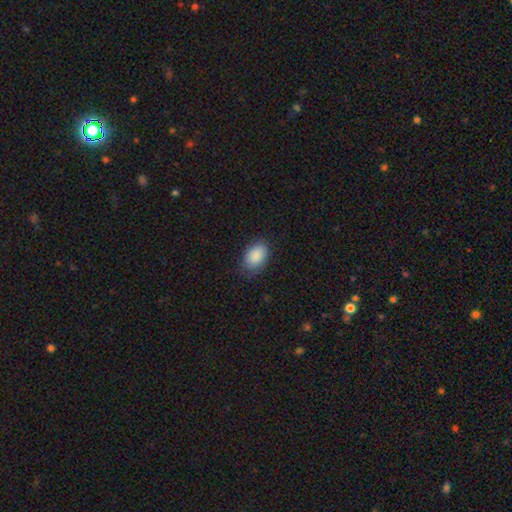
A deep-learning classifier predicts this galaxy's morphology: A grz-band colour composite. It shows a smooth galaxy with no disk features (88%) that is in between round and cigar-shaped (88%). Merging: none (78%).